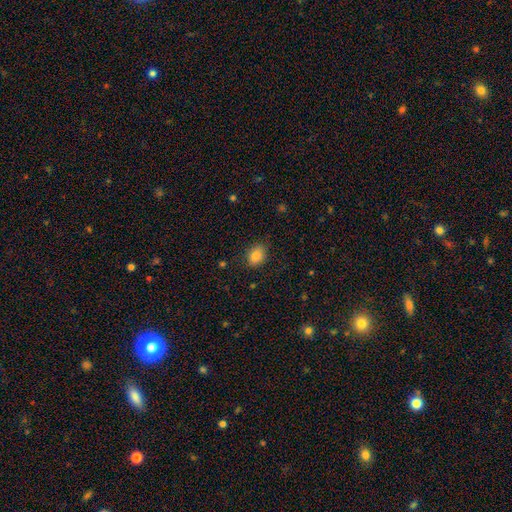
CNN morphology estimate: Smooth or featured? smooth (86%)
How rounded? in between (75%)
Merging? none (82%)